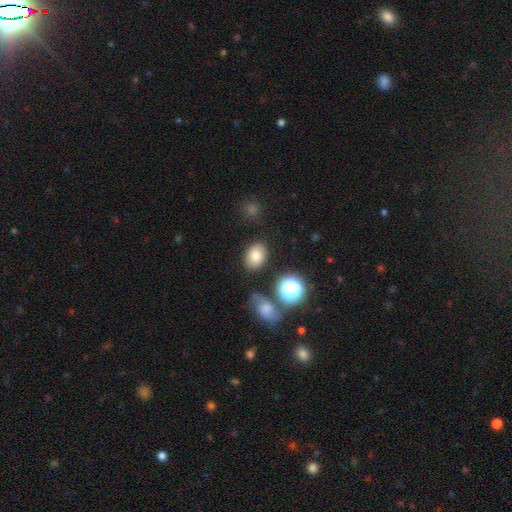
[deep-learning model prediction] smooth_or_featured: smooth (p=0.78) [alt: star or artifact p=0.12]
how_rounded: in between (p=0.74) [alt: round p=0.25]
merging: none (p=0.83) [alt: minor disturbance p=0.10]